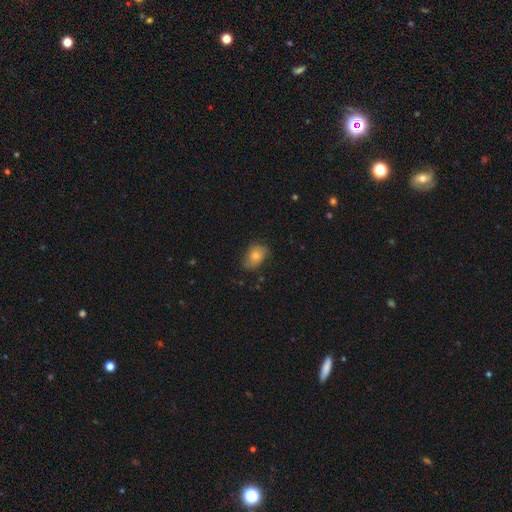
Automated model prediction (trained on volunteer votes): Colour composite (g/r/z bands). It shows a smooth galaxy with no disk features (74%) that is in between round and cigar-shaped (80%). Merging: none (65%).